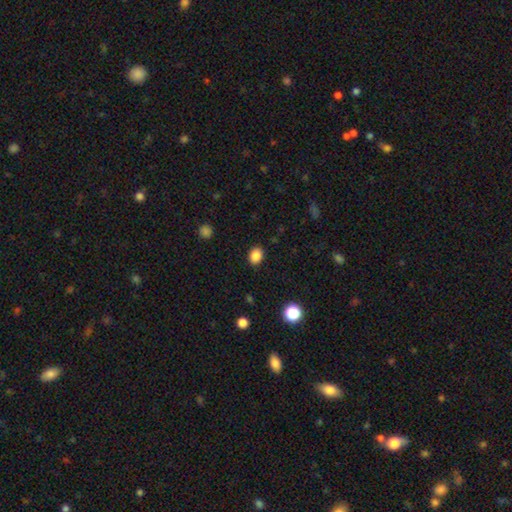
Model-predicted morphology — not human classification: Overall: smooth (86%). How rounded: in between (59%; round 40%). Merging: none (89%).